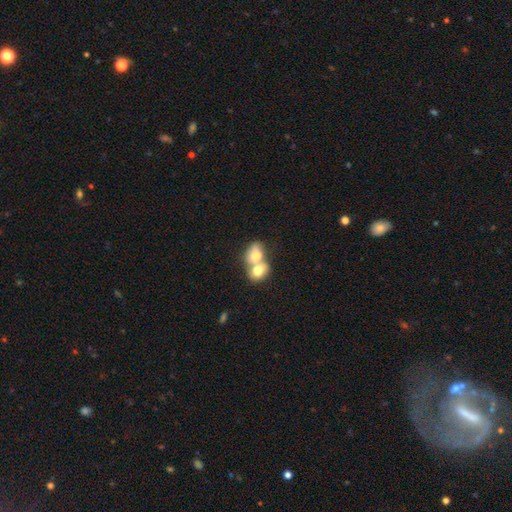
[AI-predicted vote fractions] Smooth or featured?
  - smooth: 67% *
  - featured or disk: 25%
  - star or artifact: 8%
How rounded?
  - in between: 61% *
  - round: 38%
  - cigar-shaped: 1%
Merging?
  - merger: 77% *
  - none: 14%
  - minor disturbance: 5%
  - major disturbance: 4%